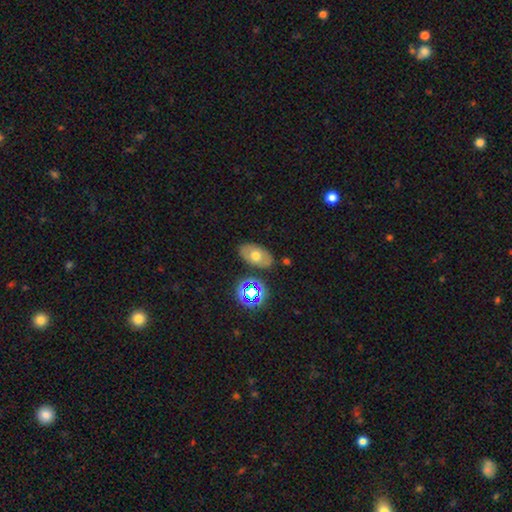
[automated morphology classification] Smooth or featured?
  - smooth: 58% *
  - featured or disk: 27%
  - star or artifact: 15%
How rounded?
  - in between: 87% *
  - round: 11%
  - cigar-shaped: 2%
Merging?
  - none: 80% *
  - minor disturbance: 12%
  - merger: 5%
  - major disturbance: 3%